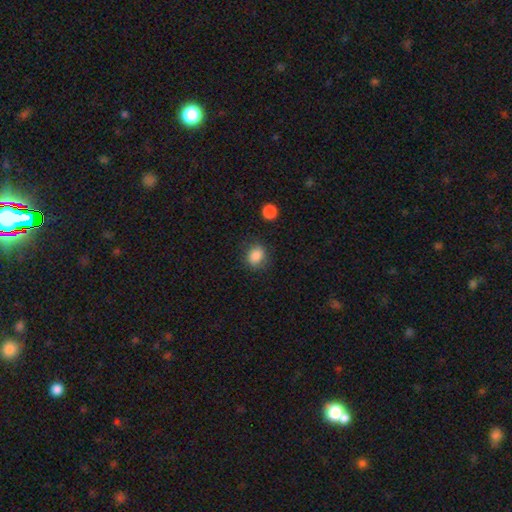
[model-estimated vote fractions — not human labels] Morphology: type=smooth (86%); roundness=round (58%); merging=none (83%).